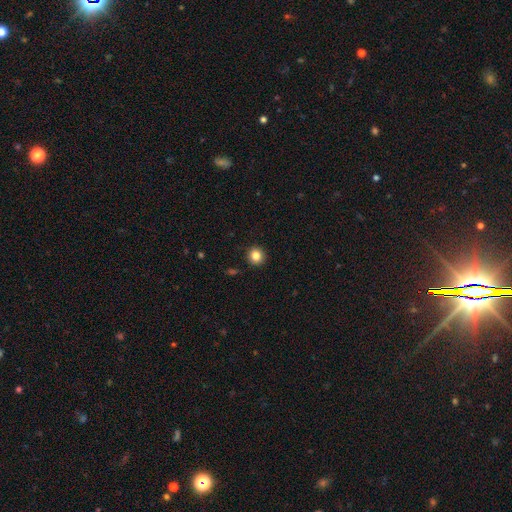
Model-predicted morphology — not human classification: smooth-or-featured: smooth: 84% | star or artifact: 11% | featured or disk: 5%
  how-rounded: round: 92% | in between: 7% | cigar-shaped: 1%
  merging: none: 92% | minor disturbance: 5% | major disturbance: 2% | merger: 1%